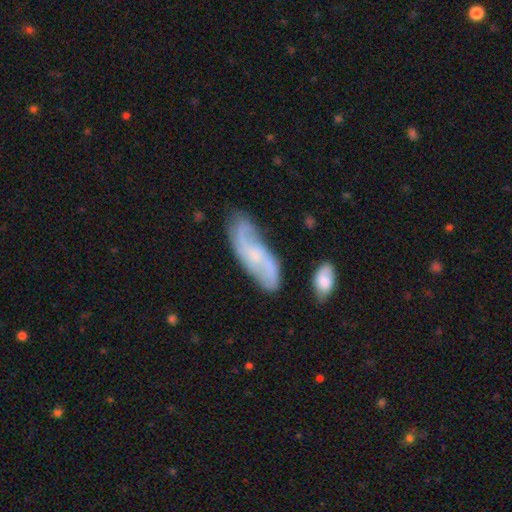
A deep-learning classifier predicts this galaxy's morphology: type=featured or disk (70%); edge-on=no (89%); bar=no (58%); spiral arms=yes (92%); winding=medium (42%); arm count=2 (75%); bulge=small (58%); merging=none (67%).